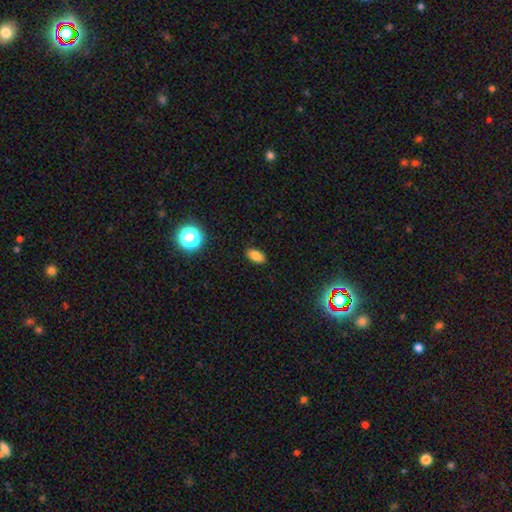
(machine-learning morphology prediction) smooth 82%, star or artifact 12%, featured or disk 6%. Down the decision tree: how rounded — in between (90%); merging — none (89%).